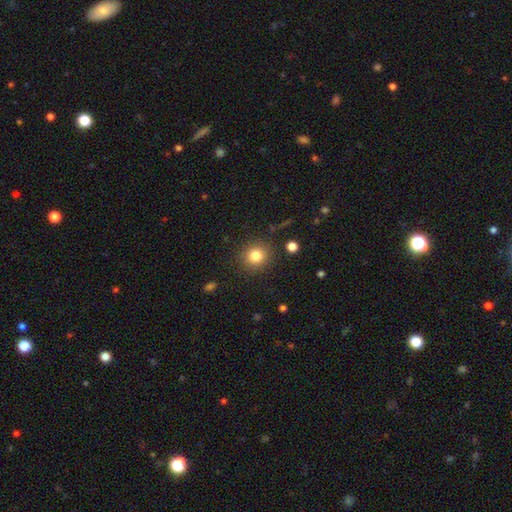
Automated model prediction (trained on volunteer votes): smooth_or_featured: smooth (p=0.82) [alt: star or artifact p=0.12]
how_rounded: round (p=0.88) [alt: in between p=0.11]
merging: none (p=0.88) [alt: minor disturbance p=0.07]